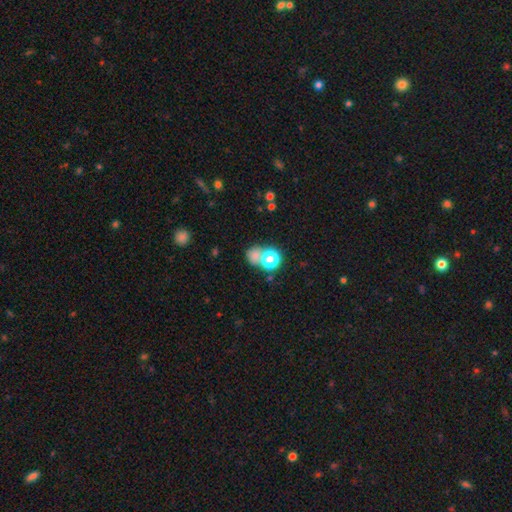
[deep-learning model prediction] A smooth galaxy with no disk features (69%) that is round (74%). Merging: none (44%).